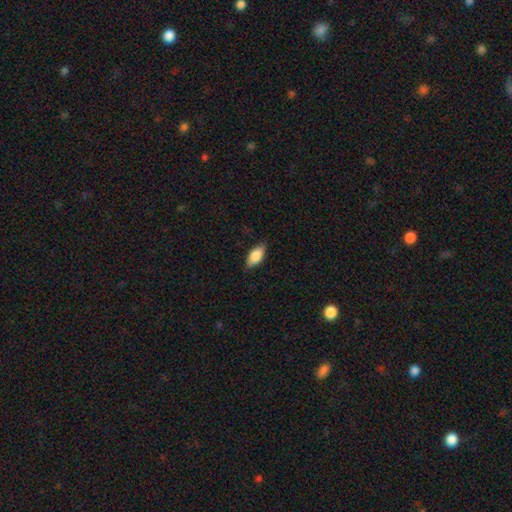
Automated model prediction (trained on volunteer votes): Overall: smooth (81%). How rounded: in between (88%). Merging: none (82%).